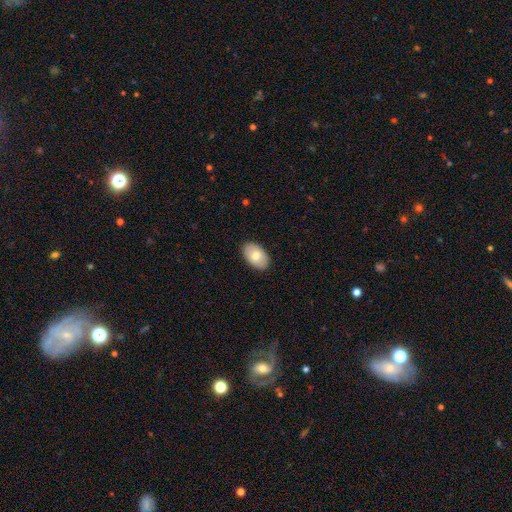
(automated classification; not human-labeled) This appears to be a smooth galaxy with no disk features (78%) that is in between round and cigar-shaped (92%). Merging: none (89%).